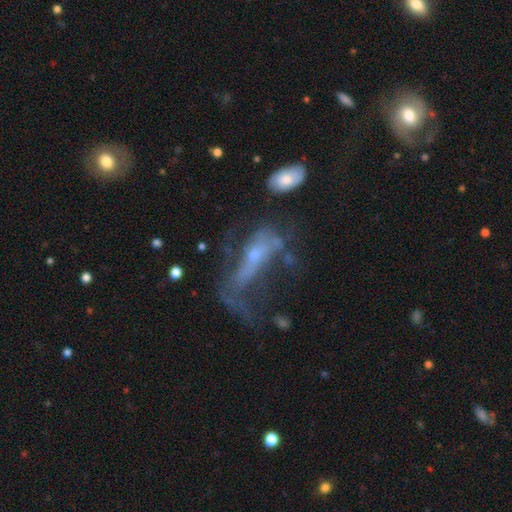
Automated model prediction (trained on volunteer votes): smooth_or_featured: featured or disk (p=0.63) [alt: smooth p=0.22]
disk_edge_on: no (p=0.79) [alt: yes p=0.21]
merging: major disturbance (p=0.51) [alt: none p=0.24]